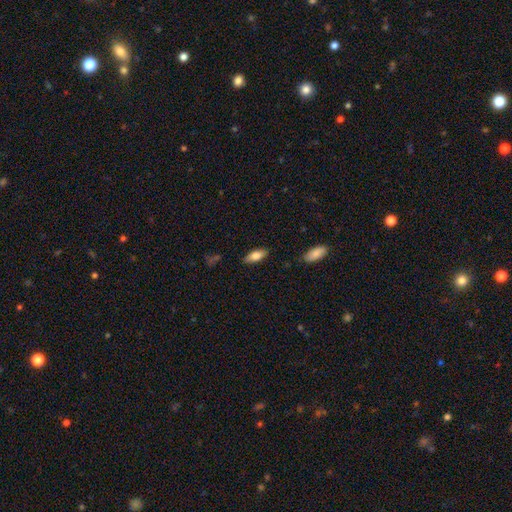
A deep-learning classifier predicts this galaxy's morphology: This appears to be a smooth galaxy with no disk features (76%) that is in between round and cigar-shaped (80%). Merging: none (86%).